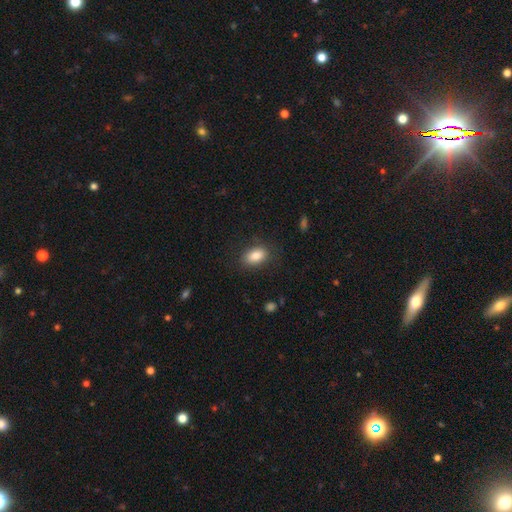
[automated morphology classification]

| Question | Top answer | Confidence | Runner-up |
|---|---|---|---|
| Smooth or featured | smooth | 85% | star or artifact (8%) |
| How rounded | in between | 89% | round (8%) |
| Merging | none | 82% | minor disturbance (12%) |